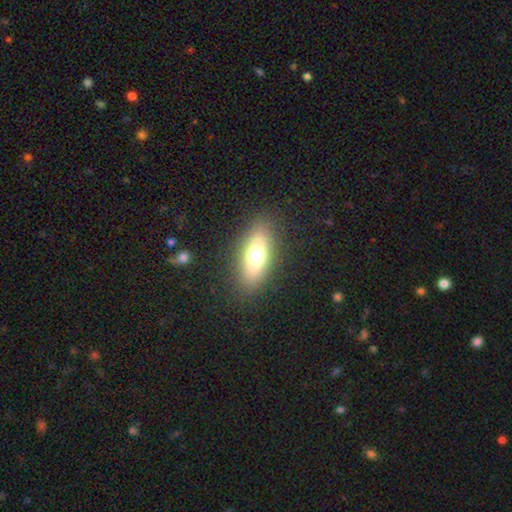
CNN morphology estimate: smooth_or_featured: smooth (p=0.64) [alt: featured or disk p=0.25]
how_rounded: in between (p=0.71) [alt: cigar-shaped p=0.22]
merging: none (p=0.87) [alt: minor disturbance p=0.08]